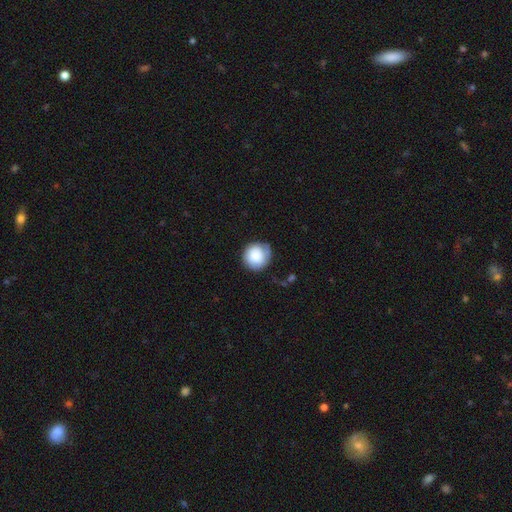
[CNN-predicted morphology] A smooth galaxy with no disk features (80%) that is round (90%). Merging: none (64%).